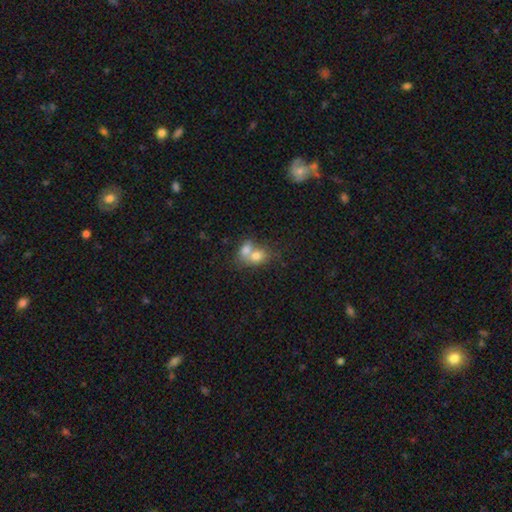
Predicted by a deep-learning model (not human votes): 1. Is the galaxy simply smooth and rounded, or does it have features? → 72% smooth, 19% featured or disk, 9% star or artifact.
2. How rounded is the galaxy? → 52% in between, 47% round, 1% cigar-shaped.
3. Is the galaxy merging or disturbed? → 70% merger, 20% none, 6% minor disturbance, 3% major disturbance.